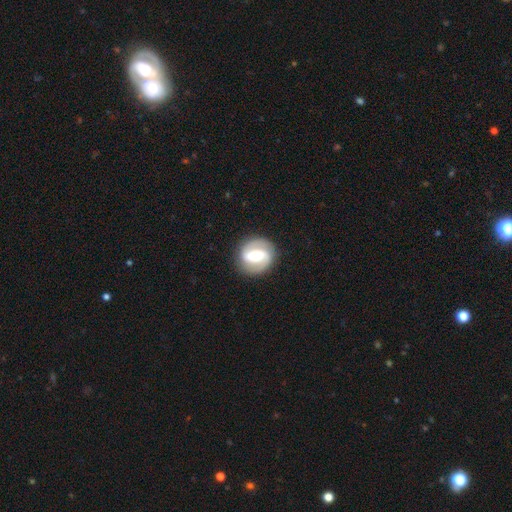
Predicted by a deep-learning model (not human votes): Smooth or featured? Predicted: featured or disk (p=0.77). Edge-on disk? Predicted: no (p=0.97). Bar? Predicted: strong (p=0.56). Spiral arms? Predicted: yes (p=0.88). Spiral winding? Predicted: medium (p=0.45). Spiral arm count? Predicted: 2 (p=0.91). Bulge size? Predicted: moderate (p=0.56). Merging? Predicted: none (p=0.87).